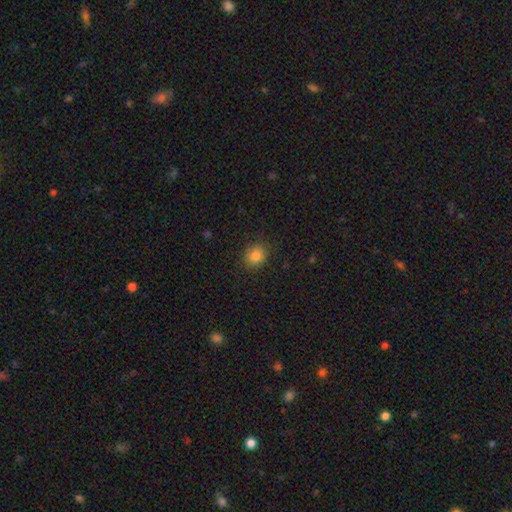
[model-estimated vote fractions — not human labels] smooth 83%, star or artifact 11%, featured or disk 5%. Down the decision tree: how rounded — round (71%); merging — none (88%).